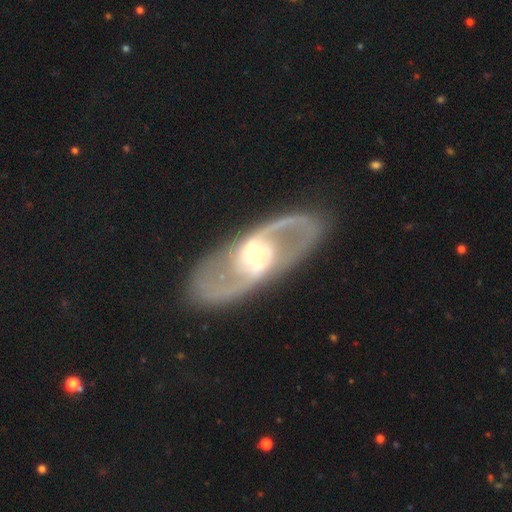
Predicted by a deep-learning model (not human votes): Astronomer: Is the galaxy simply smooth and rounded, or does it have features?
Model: featured or disk — 88%.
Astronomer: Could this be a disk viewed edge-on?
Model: no — 93%.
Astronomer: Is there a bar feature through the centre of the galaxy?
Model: no — 50% (runner-up: weak, 30%).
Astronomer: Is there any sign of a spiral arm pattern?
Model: yes — 89%.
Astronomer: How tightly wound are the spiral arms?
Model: medium — 51% (runner-up: loose, 28%).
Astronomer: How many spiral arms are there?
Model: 2 — 90%.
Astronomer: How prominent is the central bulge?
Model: moderate — 56% (runner-up: small, 34%).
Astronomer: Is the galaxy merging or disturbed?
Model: none — 83%.